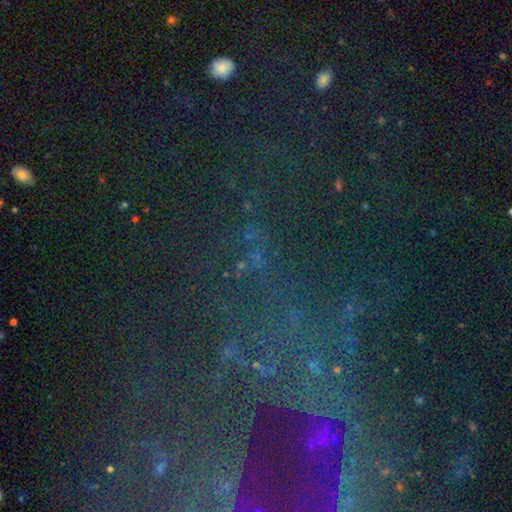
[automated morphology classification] Smooth or featured? Predicted: star or artifact (p=0.73).